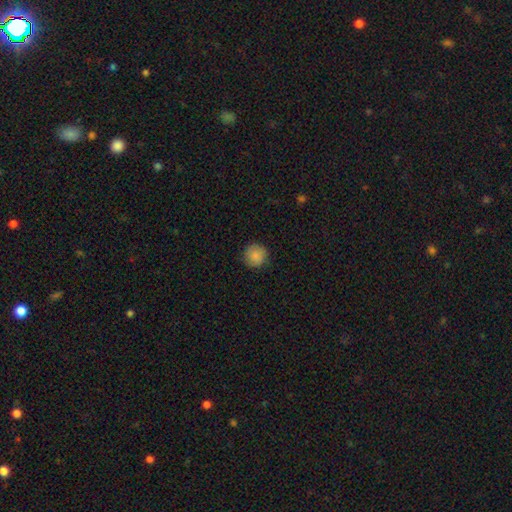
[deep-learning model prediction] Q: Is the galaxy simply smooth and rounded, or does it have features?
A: smooth — 86%.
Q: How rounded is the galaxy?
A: round — 94%.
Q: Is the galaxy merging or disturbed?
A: none — 86%.